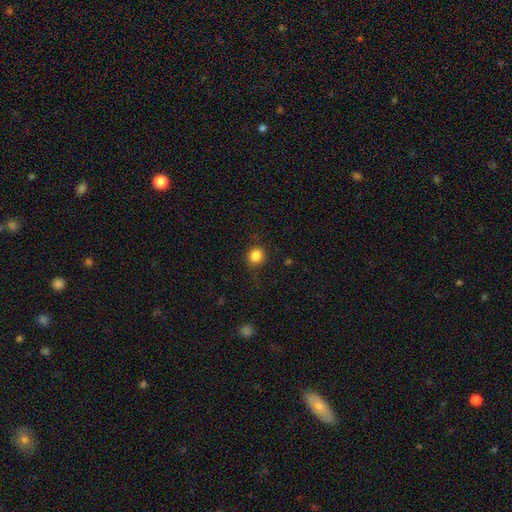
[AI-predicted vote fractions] Smooth or featured?
  - smooth: 85% *
  - star or artifact: 11%
  - featured or disk: 4%
How rounded?
  - round: 90% *
  - in between: 9%
  - cigar-shaped: 1%
Merging?
  - none: 86% *
  - minor disturbance: 9%
  - major disturbance: 3%
  - merger: 1%